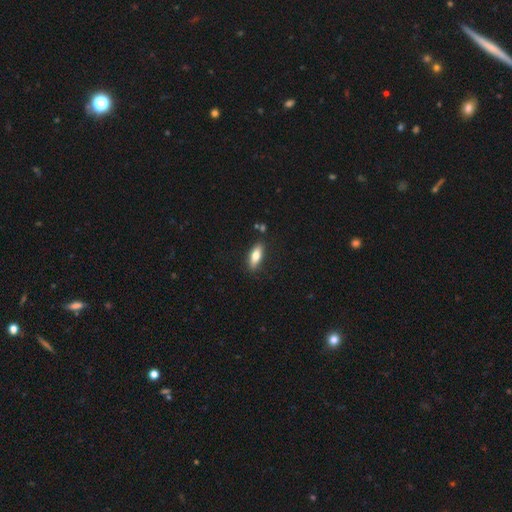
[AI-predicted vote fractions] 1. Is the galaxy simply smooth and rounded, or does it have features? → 72% smooth, 22% featured or disk, 6% star or artifact.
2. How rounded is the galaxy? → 64% in between, 33% cigar-shaped, 3% round.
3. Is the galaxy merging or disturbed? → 84% none, 11% minor disturbance, 2% merger, 2% major disturbance.